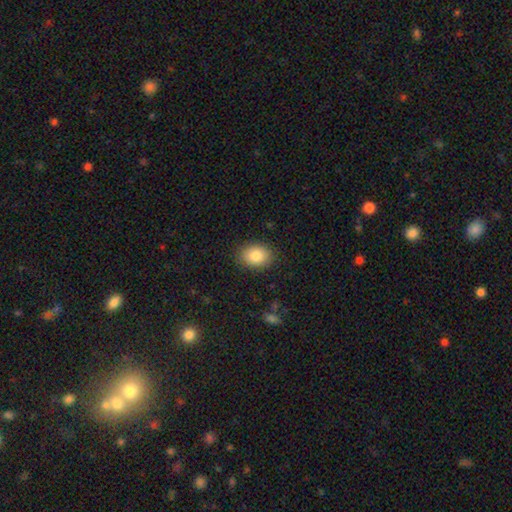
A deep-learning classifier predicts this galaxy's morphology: Smooth or featured? smooth (86%)
How rounded? in between (67%)
Merging? none (87%)